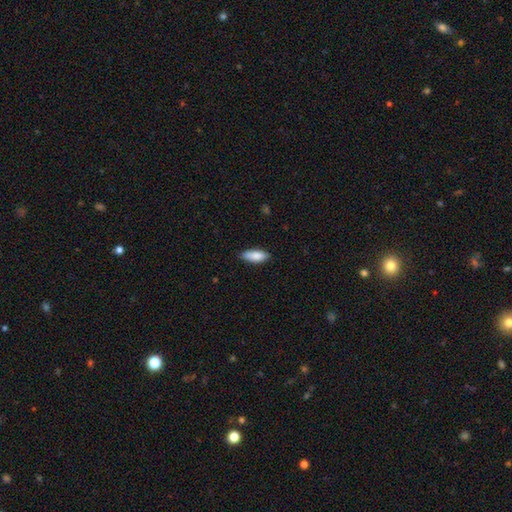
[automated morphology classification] Smooth or featured? Predicted: smooth (p=0.86). How rounded? Predicted: in between (p=0.73). Merging? Predicted: none (p=0.84).